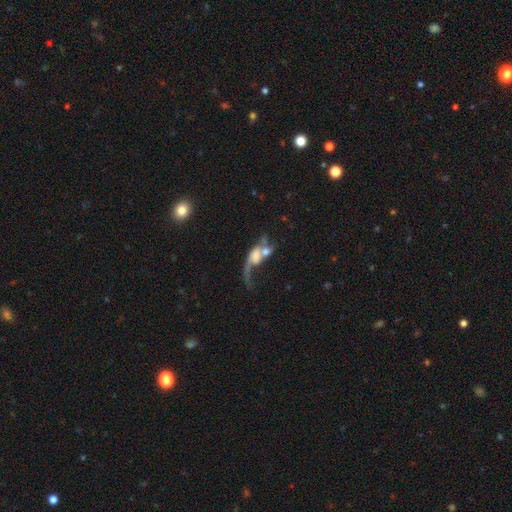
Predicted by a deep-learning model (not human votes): Q: Smooth or featured?
A: featured or disk (59%); runner-up: smooth (31%)
Q: Edge-on disk?
A: no (92%); runner-up: yes (8%)
Q: Bar?
A: no (66%); runner-up: weak (25%)
Q: Spiral arms?
A: yes (63%); runner-up: no (37%)
Q: Bulge size?
A: none (29%); runner-up: moderate (25%)
Q: Merging?
A: merger (50%); runner-up: major disturbance (28%)